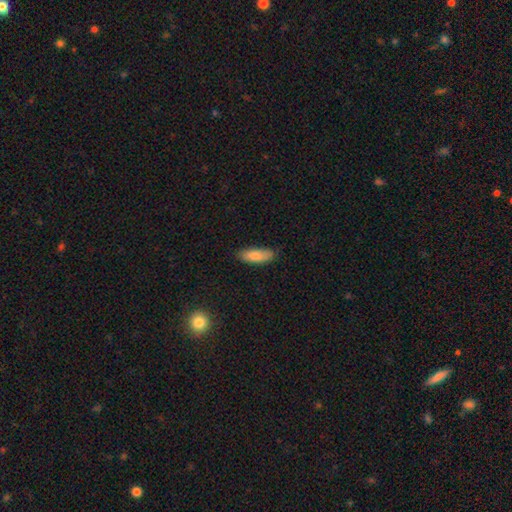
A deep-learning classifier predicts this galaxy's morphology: smooth_or_featured: smooth (p=0.83) [alt: featured or disk p=0.11]
how_rounded: in between (p=0.67) [alt: cigar-shaped p=0.31]
merging: none (p=0.83) [alt: minor disturbance p=0.14]